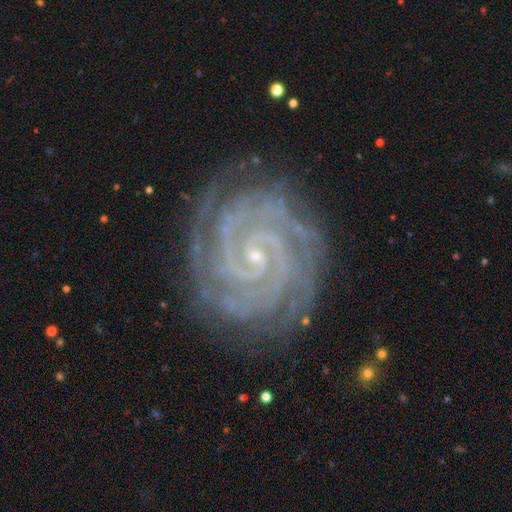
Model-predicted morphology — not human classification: A featured or disk galaxy (93%) with no bar (50%), 2 (39%) tight (87%) spiral arms (99%) and a small central bulge (88%).

Vote fractions:
- Smooth or featured? featured or disk: 93% / star or artifact: 5% / smooth: 2%
- Edge-on disk? no: 98% / yes: 2%
- Bar? no: 50% / weak: 32% / strong: 18%
- Spiral arms? yes: 99% / no: 1%
- Spiral winding? tight: 87% / medium: 12% / loose: 2%
- Spiral arm count? 2: 39% / 3: 18% / 4: 14% / more than 4: 11% / can't tell: 10% / 1: 8%
- Bulge size? small: 88% / moderate: 8% / none: 2% / large: 1% / dominant: 1%
- Merging? none: 84% / minor disturbance: 12% / major disturbance: 3% / merger: 1%